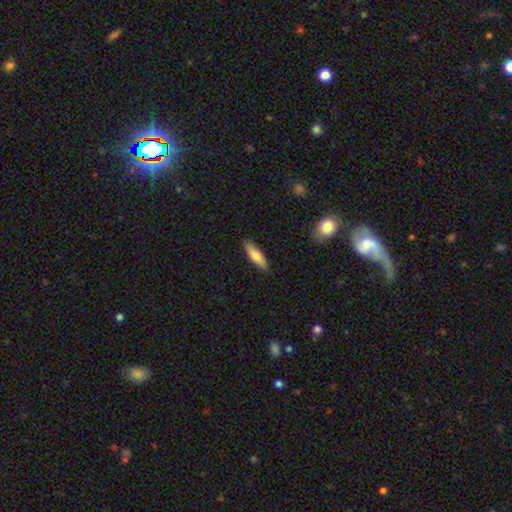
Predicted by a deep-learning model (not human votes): Morphology: type=smooth (70%); roundness=cigar-shaped (65%); merging=none (88%).